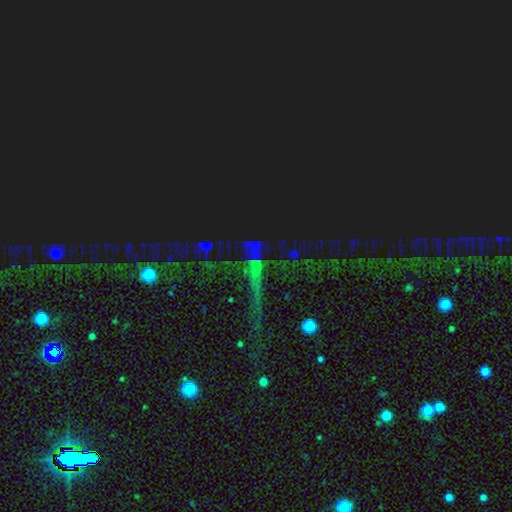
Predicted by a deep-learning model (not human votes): Q: Smooth or featured?
A: star or artifact (73%); runner-up: smooth (14%)